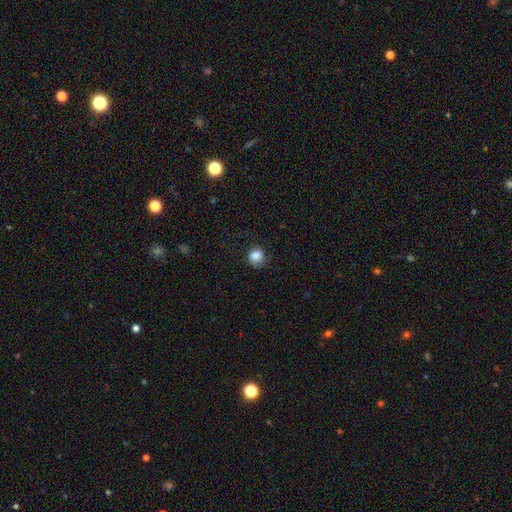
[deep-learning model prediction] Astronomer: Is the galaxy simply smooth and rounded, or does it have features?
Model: smooth — 84%.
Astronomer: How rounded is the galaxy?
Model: round — 80%.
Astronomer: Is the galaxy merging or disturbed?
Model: none — 69%.